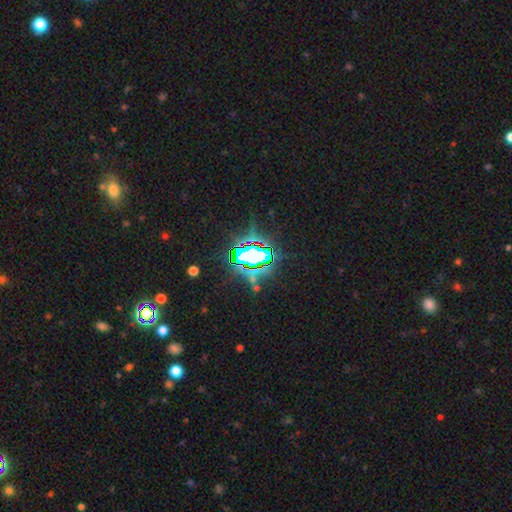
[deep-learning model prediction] smooth-or-featured: star or artifact: 80% | smooth: 11% | featured or disk: 9%